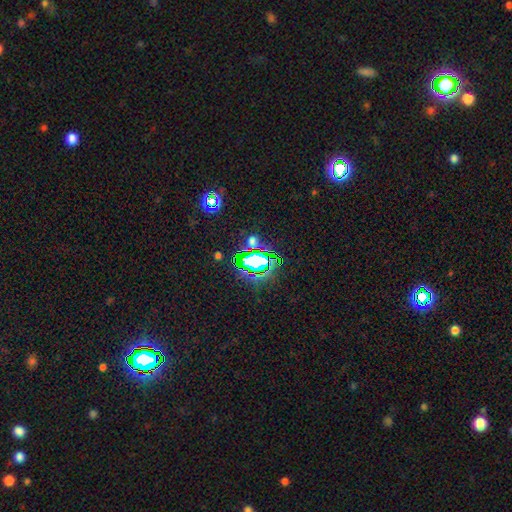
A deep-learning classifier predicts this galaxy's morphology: Smooth or featured: star or artifact — 79% (smooth — 14%)